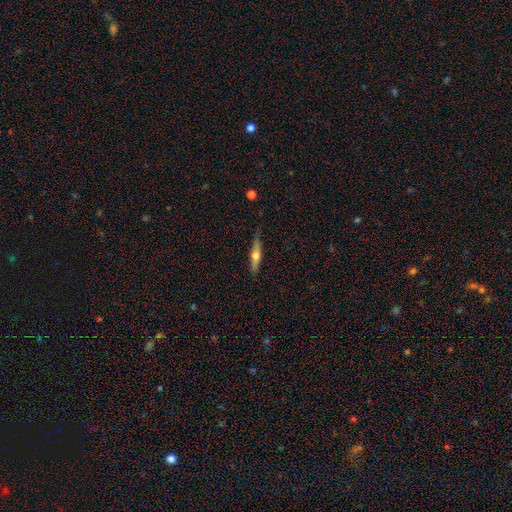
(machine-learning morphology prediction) Smooth or featured?
  - featured or disk: 53% *
  - smooth: 41%
  - star or artifact: 6%
Edge-on disk?
  - yes: 94% *
  - no: 6%
Merging?
  - none: 79% *
  - minor disturbance: 16%
  - major disturbance: 3%
  - merger: 1%